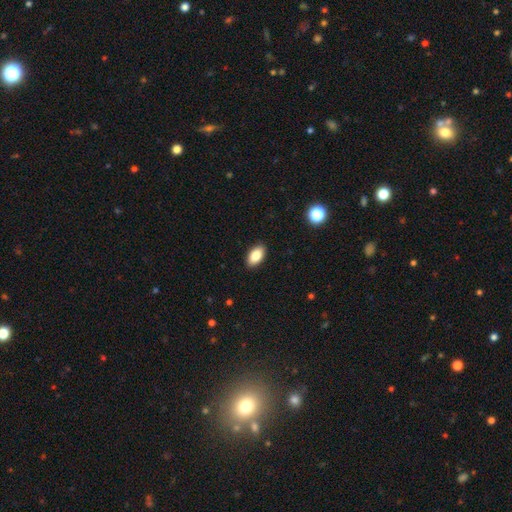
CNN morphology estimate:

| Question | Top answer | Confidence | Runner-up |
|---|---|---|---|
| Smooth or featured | smooth | 85% | star or artifact (8%) |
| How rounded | in between | 93% | round (4%) |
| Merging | none | 90% | minor disturbance (7%) |